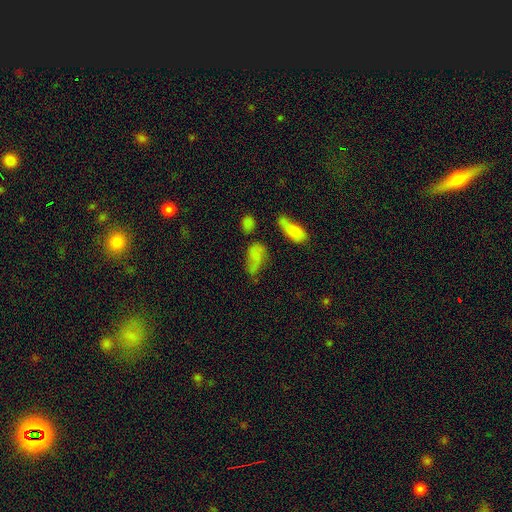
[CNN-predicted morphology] A smooth galaxy with no disk features (59%) that is in between round and cigar-shaped (86%).

Vote fractions:
- Smooth or featured? smooth: 59% / featured or disk: 28% / star or artifact: 13%
- How rounded? in between: 86% / round: 8% / cigar-shaped: 6%
- Merging? none: 39% / minor disturbance: 28% / major disturbance: 19% / merger: 14%